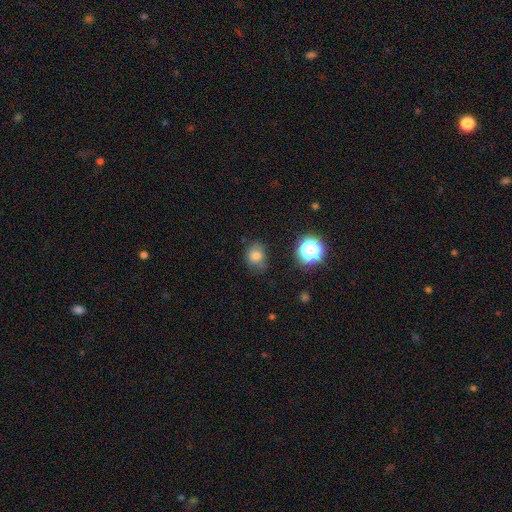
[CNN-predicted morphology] smooth 74%, star or artifact 15%, featured or disk 10%. Down the decision tree: how rounded — round (56%); merging — none (61%).